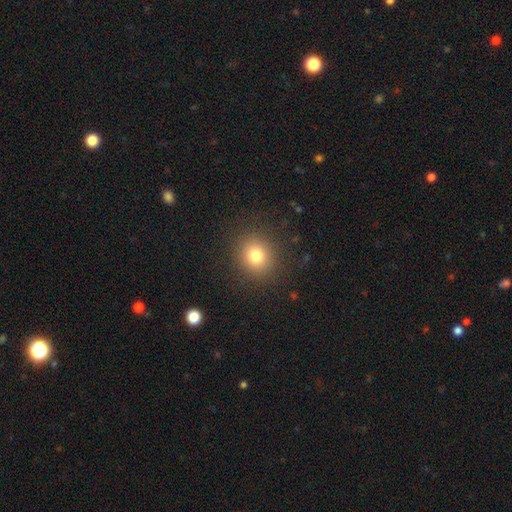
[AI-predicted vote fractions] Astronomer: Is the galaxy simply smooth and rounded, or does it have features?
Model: smooth — 78%.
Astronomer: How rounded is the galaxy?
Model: round — 83%.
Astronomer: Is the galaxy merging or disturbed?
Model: none — 88%.